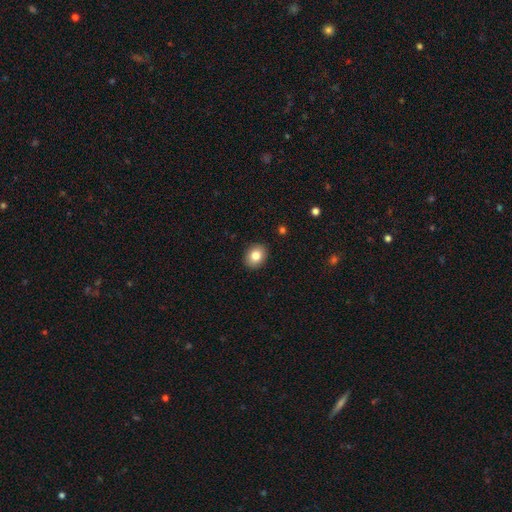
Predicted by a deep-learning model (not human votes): Overall: smooth (82%). How rounded: in between (50%, tied with round). Merging: none (90%).